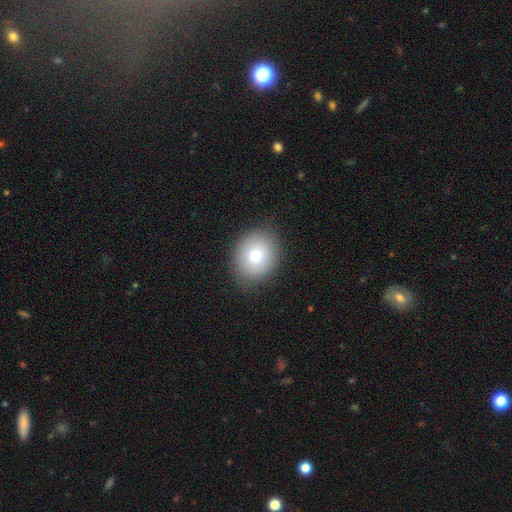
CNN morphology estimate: This is likely a smooth galaxy (74%). How rounded: likely round (70%). Merging: clearly none (86%).